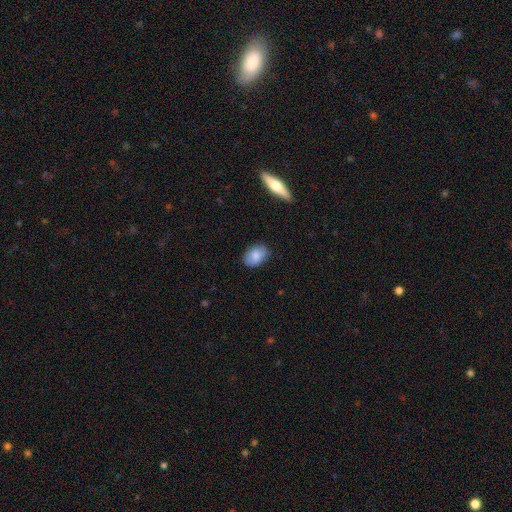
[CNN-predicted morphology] Smooth or featured: smooth — 80% (featured or disk — 13%)
How rounded: in between — 84% (round — 14%)
Merging: none — 83% (minor disturbance — 14%)